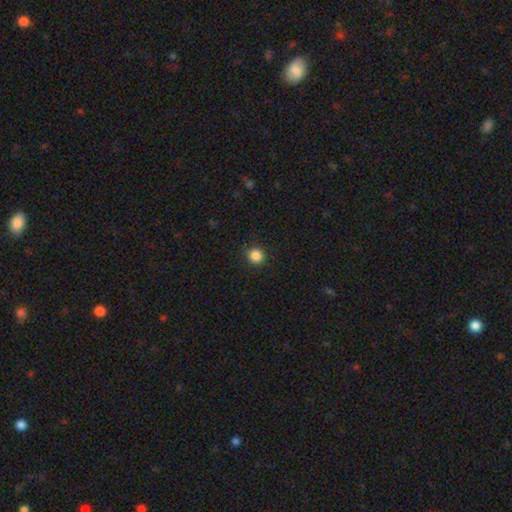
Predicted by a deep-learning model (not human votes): A smooth galaxy with no disk features (85%) that is round (92%). Merging: none (89%).